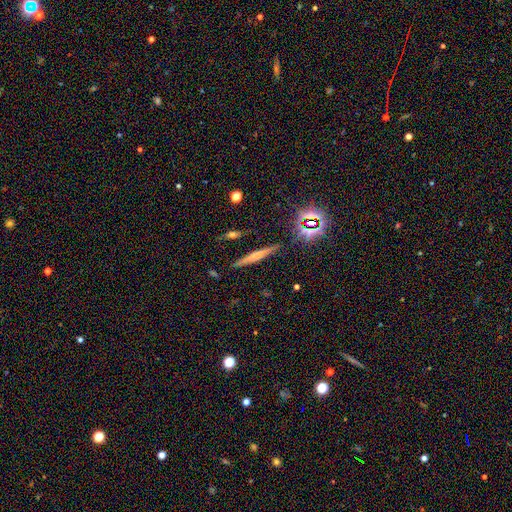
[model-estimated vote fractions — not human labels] This is possibly a smooth galaxy (46%). Merging: clearly none (86%).